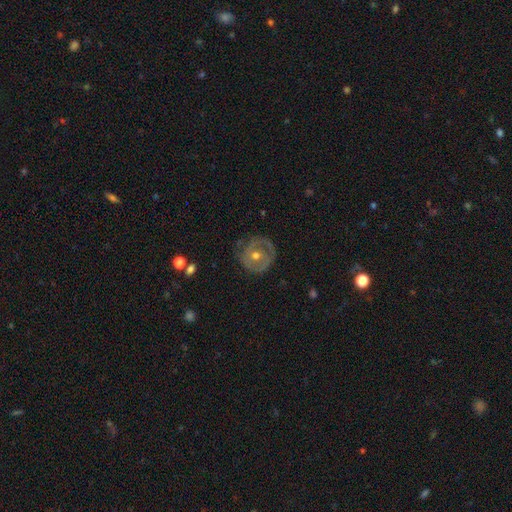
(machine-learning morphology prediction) A featured or disk galaxy (68%) with no bar (75%), spiral arms (51%) and a moderate central bulge (70%).

Vote fractions:
- Smooth or featured? featured or disk: 68% / smooth: 26% / star or artifact: 7%
- Edge-on disk? no: 97% / yes: 3%
- Bar? no: 75% / weak: 20% / strong: 6%
- Spiral arms? yes: 51% / no: 49%
- Bulge size? moderate: 70% / small: 25% / large: 2% / none: 1% / dominant: 1%
- Merging? none: 74% / minor disturbance: 18% / major disturbance: 7% / merger: 1%